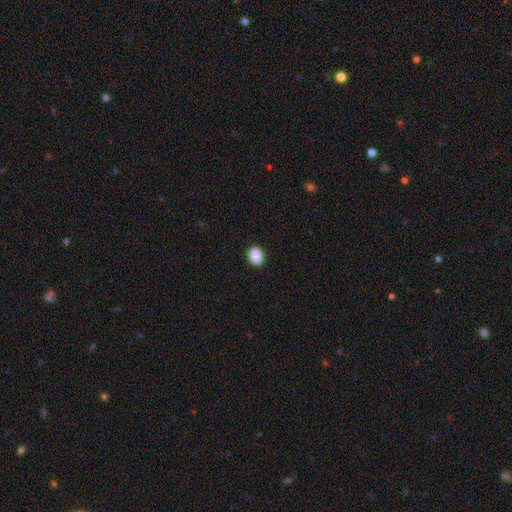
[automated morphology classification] This appears to be a smooth galaxy with no disk features (90%) that is in between round and cigar-shaped (60%). Merging: none (91%).